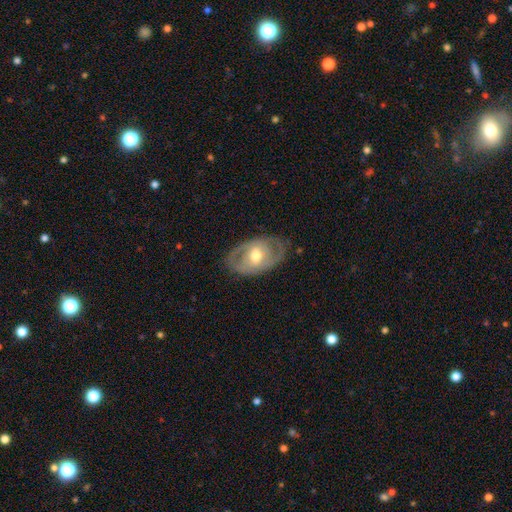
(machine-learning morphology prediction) Overall: featured or disk (71%). Edge-on disk: no (93%). Bar: no (52%; weak 35%). Spiral arms: yes (65%; no 35%). Bulge size: moderate (73%). Merging: none (76%).